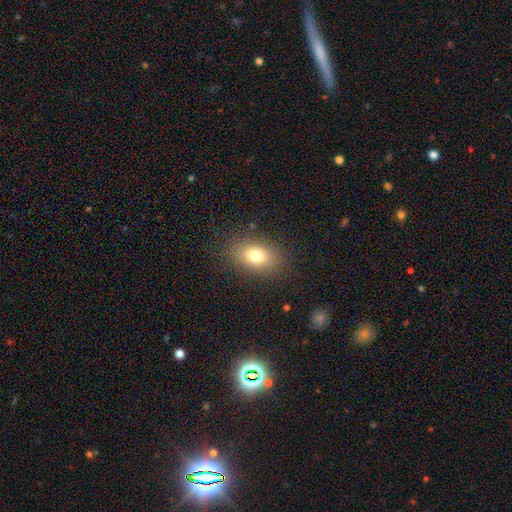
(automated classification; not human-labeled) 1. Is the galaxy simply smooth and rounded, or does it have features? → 78% smooth, 11% featured or disk, 11% star or artifact.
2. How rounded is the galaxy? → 81% in between, 17% round, 2% cigar-shaped.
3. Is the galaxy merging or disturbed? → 86% none, 9% minor disturbance, 4% major disturbance, 1% merger.